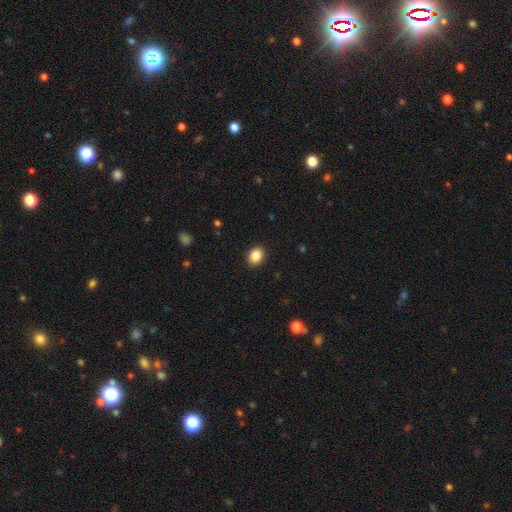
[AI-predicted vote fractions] Smooth or featured?
  - smooth: 87% *
  - star or artifact: 9%
  - featured or disk: 4%
How rounded?
  - in between: 55% *
  - round: 44%
  - cigar-shaped: 1%
Merging?
  - none: 91% *
  - minor disturbance: 6%
  - major disturbance: 2%
  - merger: 1%